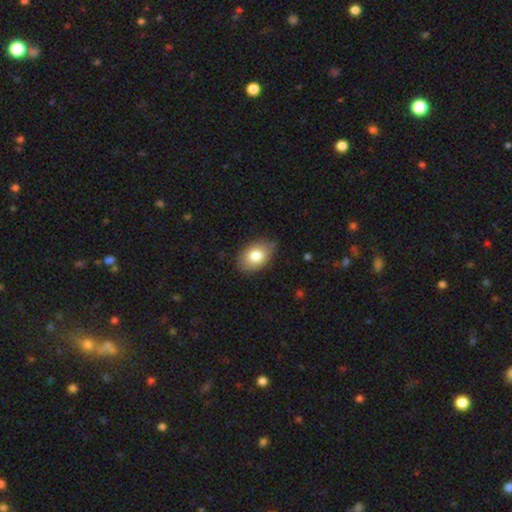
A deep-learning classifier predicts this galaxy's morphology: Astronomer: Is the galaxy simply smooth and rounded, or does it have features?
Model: smooth — 81%.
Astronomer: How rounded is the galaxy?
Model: in between — 87%.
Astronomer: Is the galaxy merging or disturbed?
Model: none — 75%.